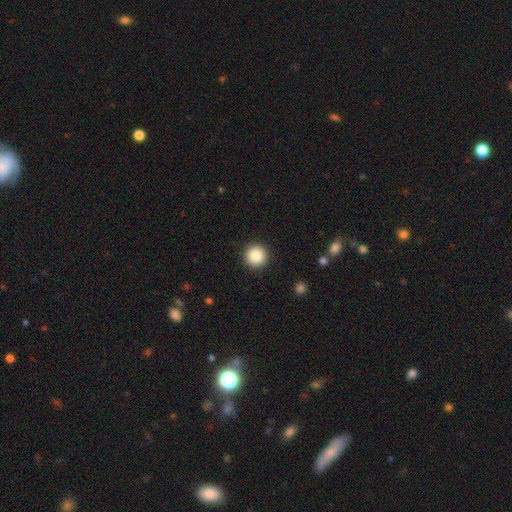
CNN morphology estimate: Smooth or featured? Predicted: smooth (p=0.87). How rounded? Predicted: round (p=0.96). Merging? Predicted: none (p=0.93).